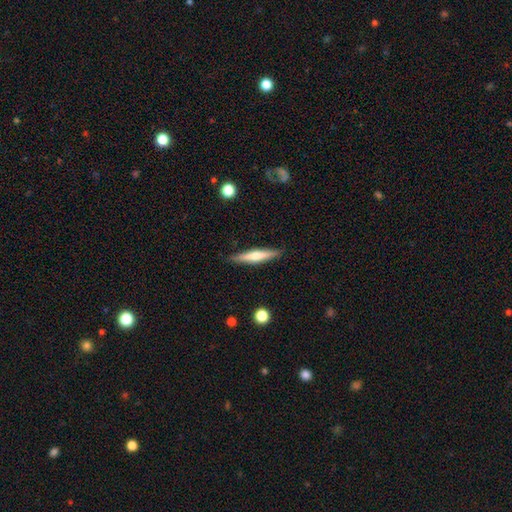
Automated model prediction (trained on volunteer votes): Smooth or featured?
  - featured or disk: 50% *
  - smooth: 45%
  - star or artifact: 6%
Merging?
  - none: 89% *
  - minor disturbance: 8%
  - major disturbance: 2%
  - merger: 1%